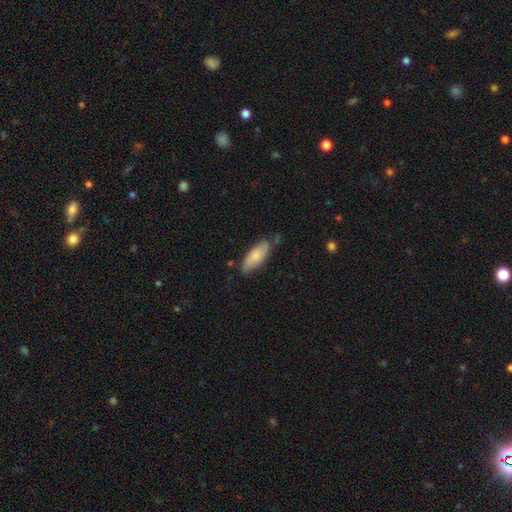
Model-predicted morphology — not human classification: A smooth galaxy with no disk features (70%) that is in between round and cigar-shaped (79%). Merging: none (64%).